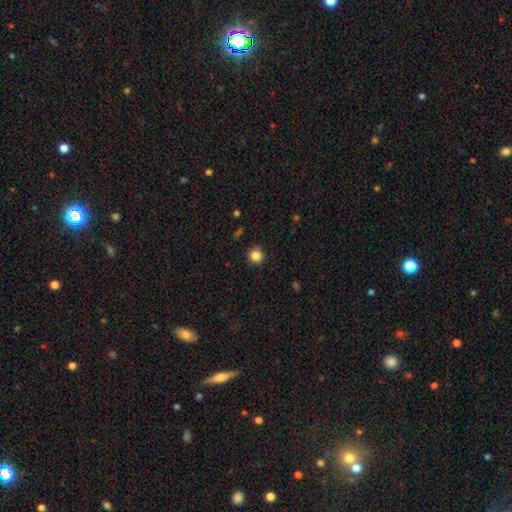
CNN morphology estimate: The model was most divided on "smooth or featured": smooth: 84%, star or artifact: 11%, featured or disk: 4%. More confident: how rounded — round (92%); merging — none (87%).